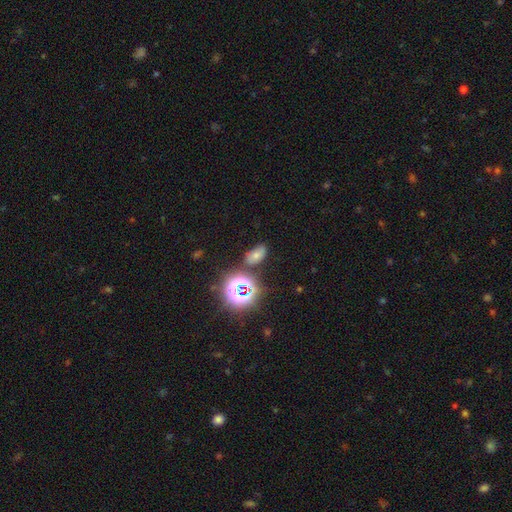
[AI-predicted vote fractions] Smooth or featured: smooth — 55% (star or artifact — 31%)
How rounded: in between — 84% (round — 13%)
Merging: none — 71% (minor disturbance — 16%)